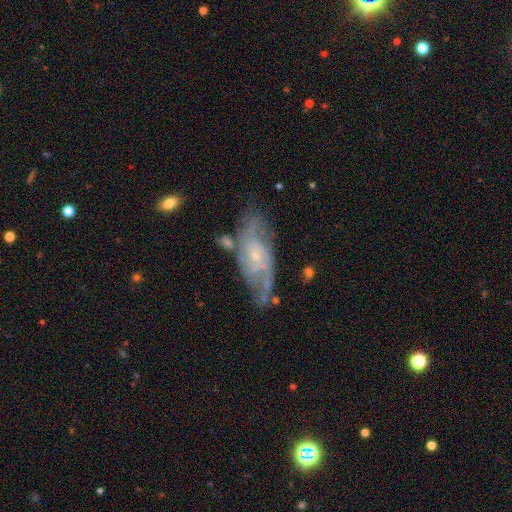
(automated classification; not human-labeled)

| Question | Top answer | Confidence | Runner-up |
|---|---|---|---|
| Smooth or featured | featured or disk | 81% | smooth (12%) |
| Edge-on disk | no | 91% | yes (9%) |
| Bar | no | 66% | weak (28%) |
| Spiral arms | yes | 91% | no (9%) |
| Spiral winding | medium | 43% | tight (41%) |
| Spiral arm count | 2 | 40% | can't tell (33%) |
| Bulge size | small | 77% | moderate (18%) |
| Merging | none | 59% | minor disturbance (23%) |